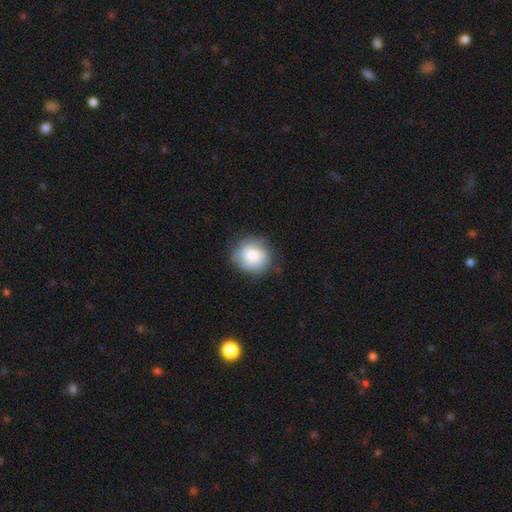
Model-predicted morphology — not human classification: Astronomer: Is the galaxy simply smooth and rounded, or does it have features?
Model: smooth — 78%.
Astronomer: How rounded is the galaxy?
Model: round — 83%.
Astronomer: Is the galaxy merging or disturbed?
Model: none — 72%.